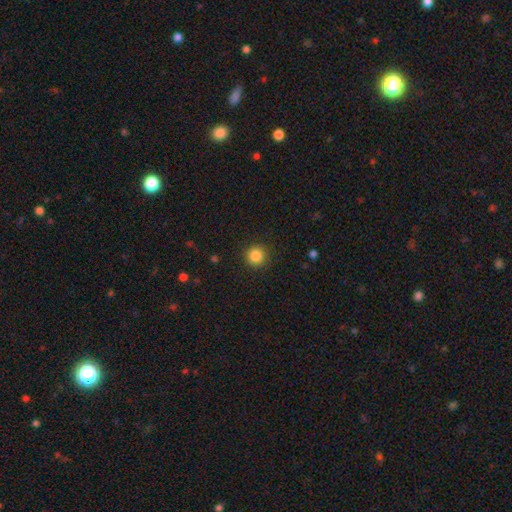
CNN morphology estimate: This appears to be a smooth galaxy with no disk features (85%) that is round (94%). Merging: none (90%).